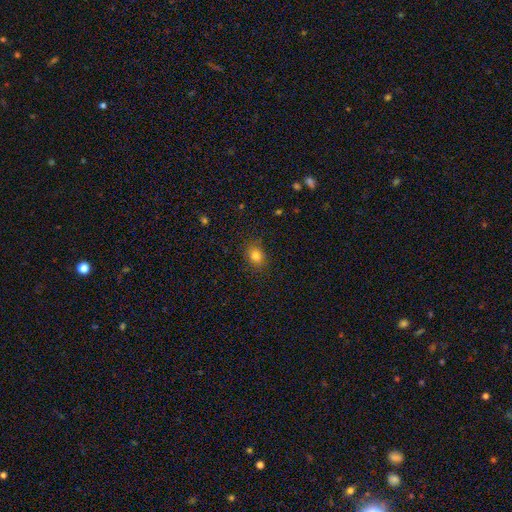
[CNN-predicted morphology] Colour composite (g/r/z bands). It shows a smooth galaxy with no disk features (81%) that is round (57%). Merging: none (84%).